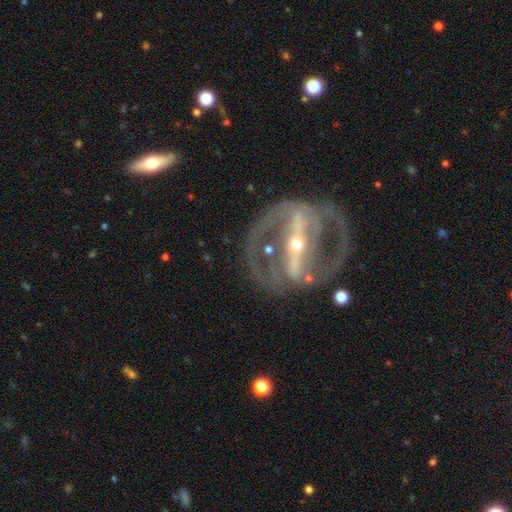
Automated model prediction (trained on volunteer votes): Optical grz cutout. It shows a featured or disk galaxy (90%) with a strong bar (85%), 2 (81%) medium (44%) spiral arms (80%) and a small central bulge (65%). Merging: none (71%).